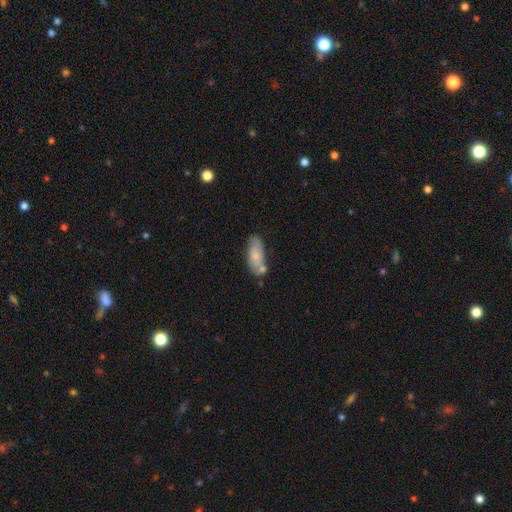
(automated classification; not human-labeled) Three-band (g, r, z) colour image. It shows a smooth galaxy with no disk features (67%) that is in between round and cigar-shaped (77%). Merging: none (50%).